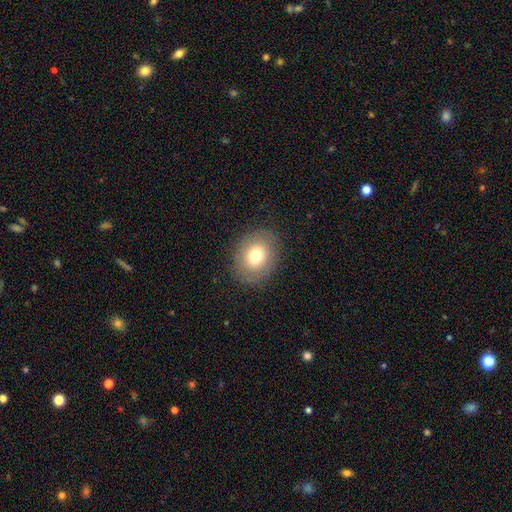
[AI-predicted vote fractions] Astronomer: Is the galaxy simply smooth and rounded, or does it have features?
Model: smooth — 74%.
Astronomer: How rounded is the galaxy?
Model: round — 50% (runner-up: in between, 49%).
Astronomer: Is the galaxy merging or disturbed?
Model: none — 85%.